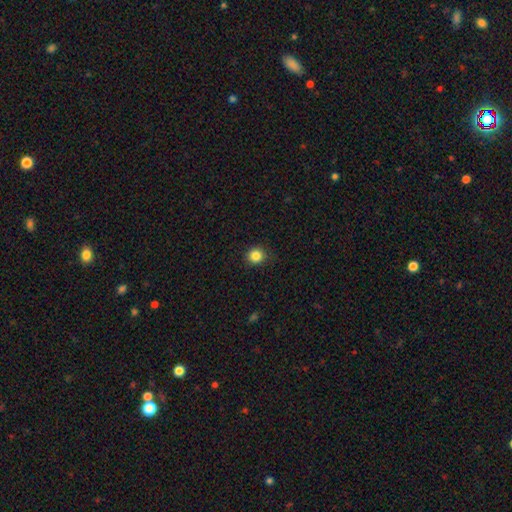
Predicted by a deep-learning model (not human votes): The model was most divided on "smooth or featured": smooth: 85%, star or artifact: 11%, featured or disk: 4%. More confident: how rounded — round (90%); merging — none (88%).